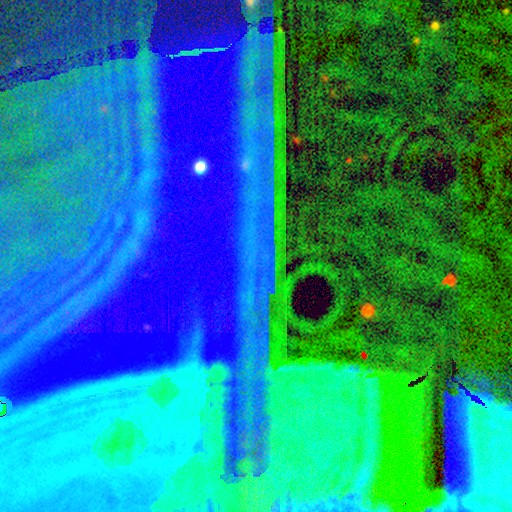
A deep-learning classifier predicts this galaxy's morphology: star or artifact 84%, featured or disk 9%, smooth 6%.